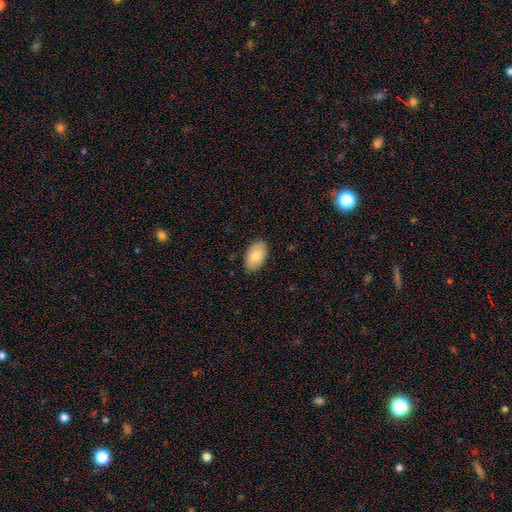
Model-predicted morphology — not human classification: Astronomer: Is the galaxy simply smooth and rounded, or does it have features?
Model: smooth — 81%.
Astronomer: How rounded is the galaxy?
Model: in between — 94%.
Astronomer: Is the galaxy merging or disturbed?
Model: none — 87%.